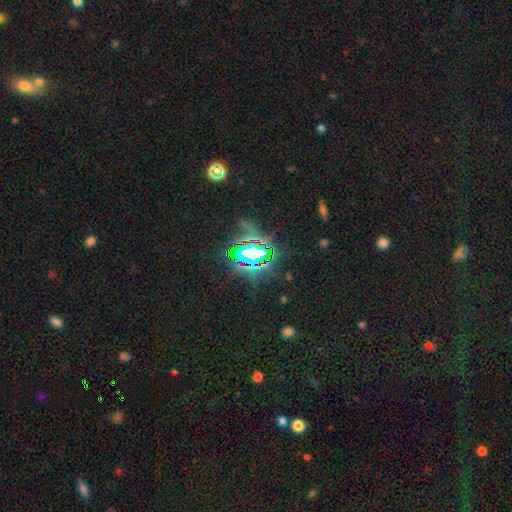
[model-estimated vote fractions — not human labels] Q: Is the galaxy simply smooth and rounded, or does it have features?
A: star or artifact — 80%.